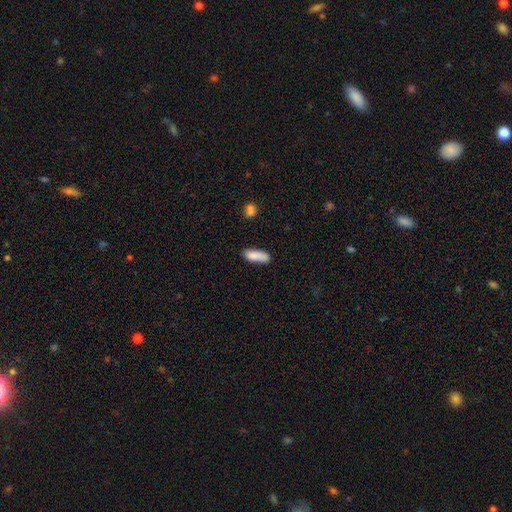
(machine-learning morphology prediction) A smooth galaxy with no disk features (85%) that is in between round and cigar-shaped (61%).

Vote fractions:
- Smooth or featured? smooth: 85% / featured or disk: 8% / star or artifact: 7%
- How rounded? in between: 61% / cigar-shaped: 37% / round: 2%
- Merging? none: 69% / minor disturbance: 21% / merger: 6% / major disturbance: 4%